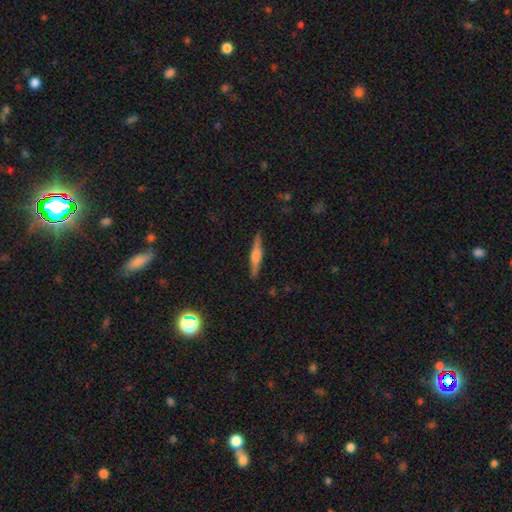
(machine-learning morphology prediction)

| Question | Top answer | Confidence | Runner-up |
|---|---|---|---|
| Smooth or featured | featured or disk | 57% | smooth (37%) |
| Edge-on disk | yes | 97% | no (3%) |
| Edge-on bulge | rounded | 80% | boxy (13%) |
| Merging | none | 90% | minor disturbance (8%) |